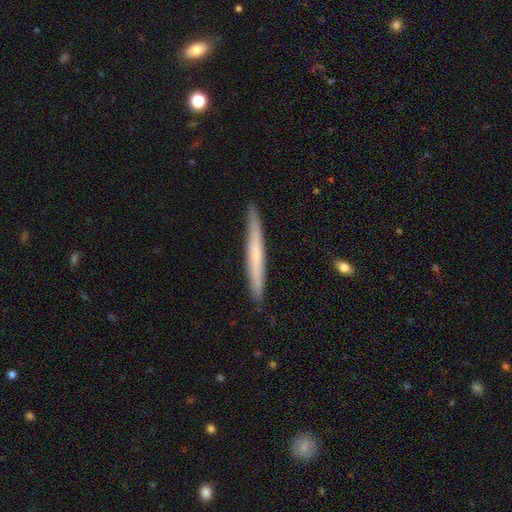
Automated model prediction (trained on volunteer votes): Q: Smooth or featured?
A: smooth (48%); runner-up: featured or disk (47%)
Q: Merging?
A: none (90%); runner-up: minor disturbance (7%)